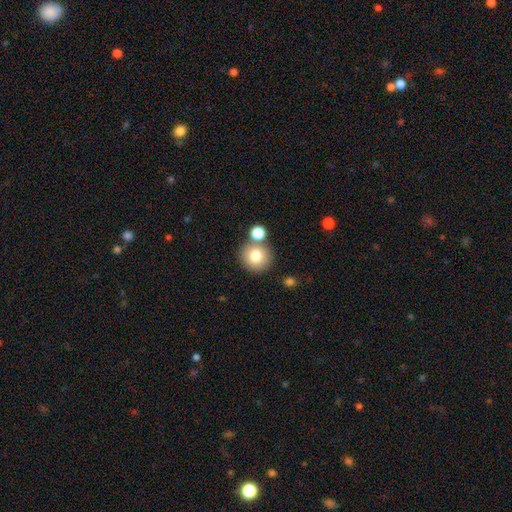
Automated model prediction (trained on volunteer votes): The model was most divided on "merging": none: 71%, merger: 17%, minor disturbance: 9%, major disturbance: 3%. More confident: how rounded — round (90%); smooth or featured — smooth (79%).